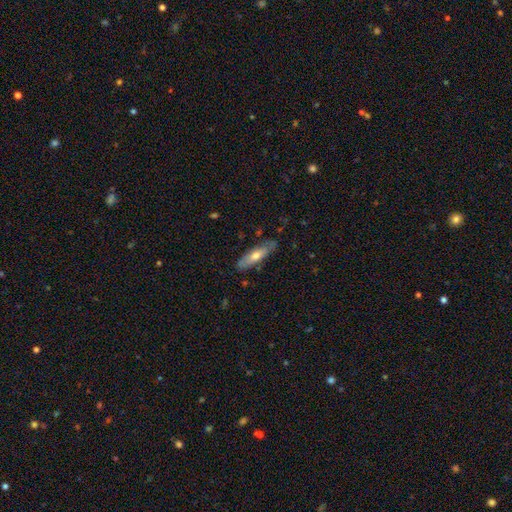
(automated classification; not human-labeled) This appears to be a smooth galaxy with no disk features (54%) that is cigar-shaped (62%). Merging: none (79%).